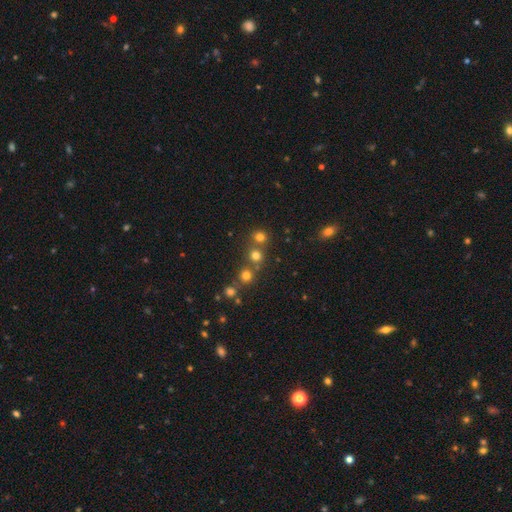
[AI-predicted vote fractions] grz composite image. It shows a smooth galaxy with no disk features (68%) that is round (89%). Merging: none (66%).